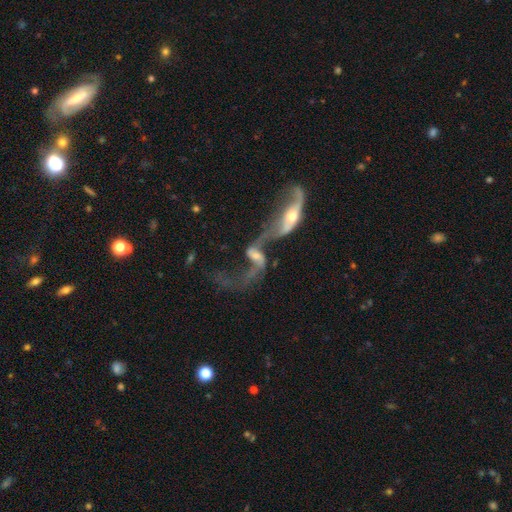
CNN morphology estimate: featured or disk 76%, smooth 15%, star or artifact 9%. Down the decision tree: edge-on disk — no (89%); bar — no (45%); spiral arms — yes (75%); spiral arm count — 2 (76%); spiral winding — loose (88%); bulge size — moderate (45%); merging — merger (77%).